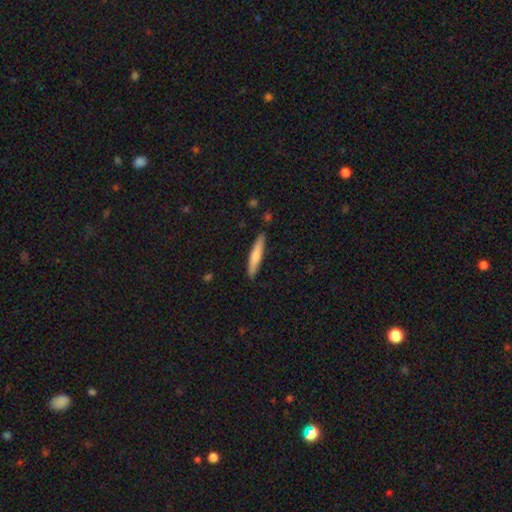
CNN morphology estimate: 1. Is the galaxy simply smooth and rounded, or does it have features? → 68% smooth, 27% featured or disk, 5% star or artifact.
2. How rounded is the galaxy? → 90% cigar-shaped, 8% in between, 1% round.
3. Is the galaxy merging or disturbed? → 88% none, 9% minor disturbance, 2% major disturbance, 1% merger.